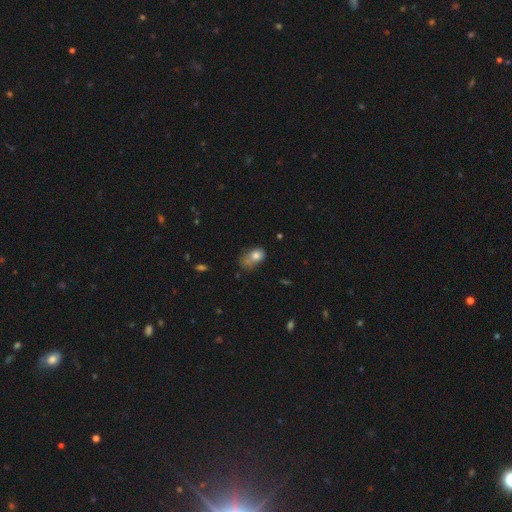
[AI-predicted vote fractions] Q: Smooth or featured?
A: smooth (74%); runner-up: featured or disk (16%)
Q: How rounded?
A: in between (76%); runner-up: round (22%)
Q: Merging?
A: minor disturbance (32%); runner-up: none (28%)